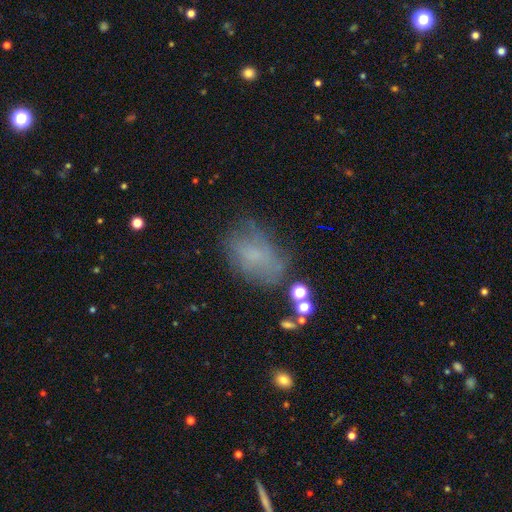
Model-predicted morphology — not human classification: This appears to be a smooth galaxy with no disk features (54%) that is in between round and cigar-shaped (80%). Merging: none (52%).